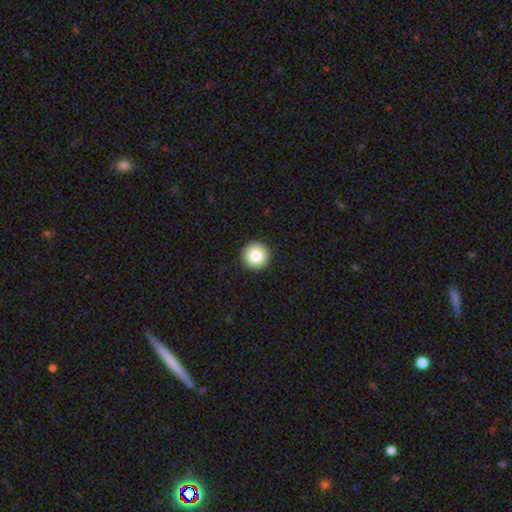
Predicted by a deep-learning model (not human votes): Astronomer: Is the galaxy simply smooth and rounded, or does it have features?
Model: smooth — 84%.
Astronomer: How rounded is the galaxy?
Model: round — 96%.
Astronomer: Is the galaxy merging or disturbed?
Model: none — 93%.